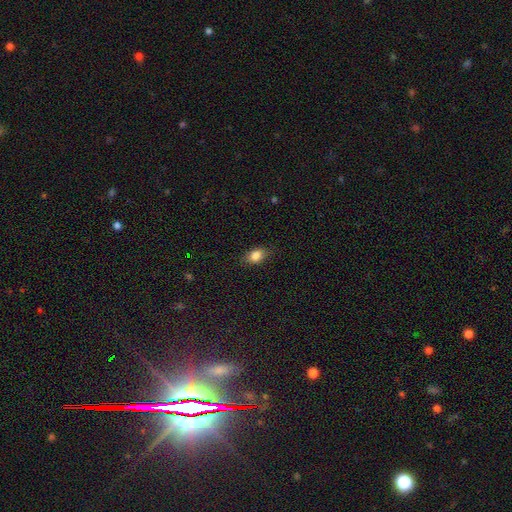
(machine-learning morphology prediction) smooth_or_featured: smooth (p=0.83) [alt: star or artifact p=0.09]
how_rounded: in between (p=0.78) [alt: round p=0.19]
merging: none (p=0.80) [alt: minor disturbance p=0.16]